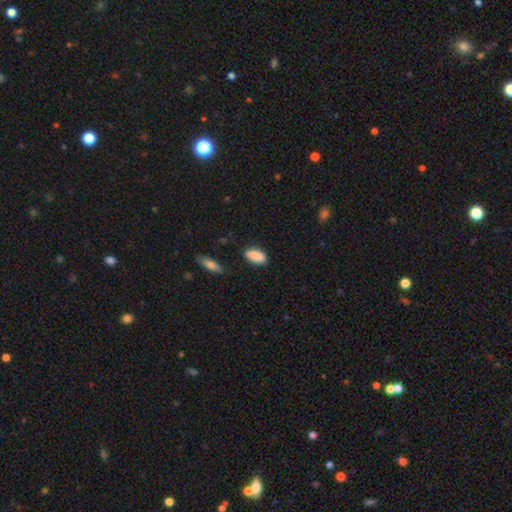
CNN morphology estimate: Smooth or featured?
  - smooth: 85% *
  - star or artifact: 8%
  - featured or disk: 7%
How rounded?
  - in between: 86% *
  - cigar-shaped: 10%
  - round: 4%
Merging?
  - none: 69% *
  - minor disturbance: 19%
  - merger: 8%
  - major disturbance: 4%